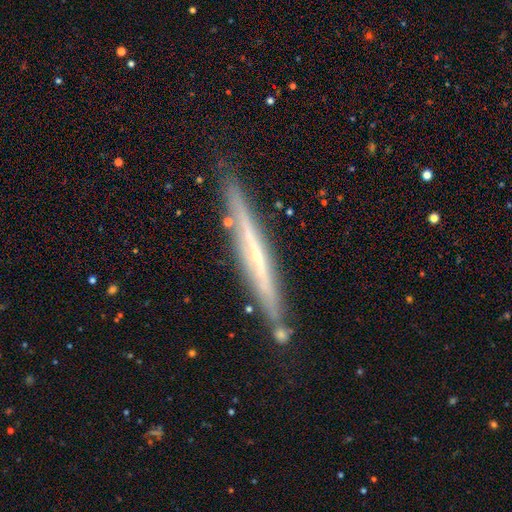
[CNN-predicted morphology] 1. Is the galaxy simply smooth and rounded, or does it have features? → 75% featured or disk, 18% smooth, 7% star or artifact.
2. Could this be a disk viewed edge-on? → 96% yes, 4% no.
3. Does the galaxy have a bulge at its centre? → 56% none, 39% rounded, 5% boxy.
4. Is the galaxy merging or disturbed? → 83% none, 11% minor disturbance, 4% merger, 2% major disturbance.